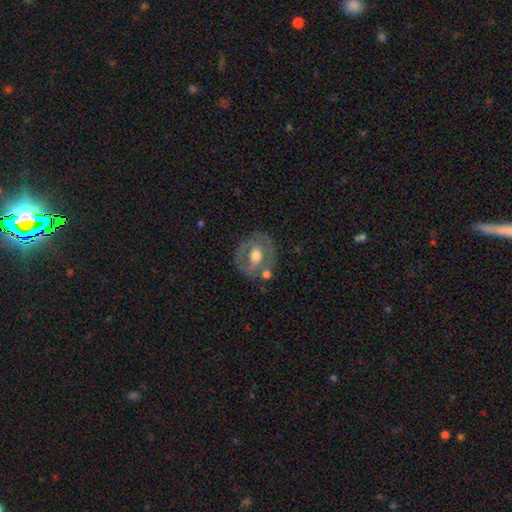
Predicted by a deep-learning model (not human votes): The model was most divided on "smooth or featured": featured or disk: 56%, smooth: 38%, star or artifact: 7%. More confident: edge-on disk — no (94%); spiral arms — no (75%); bulge size — moderate (65%); merging — none (63%); bar — no (60%).